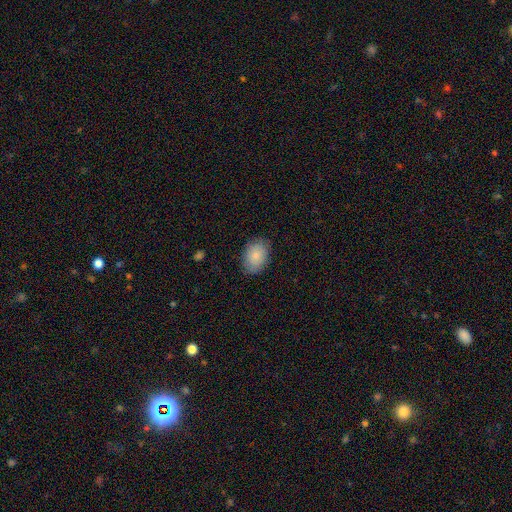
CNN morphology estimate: Q: Smooth or featured?
A: smooth (85%); runner-up: featured or disk (8%)
Q: How rounded?
A: in between (81%); runner-up: round (18%)
Q: Merging?
A: none (83%); runner-up: minor disturbance (13%)